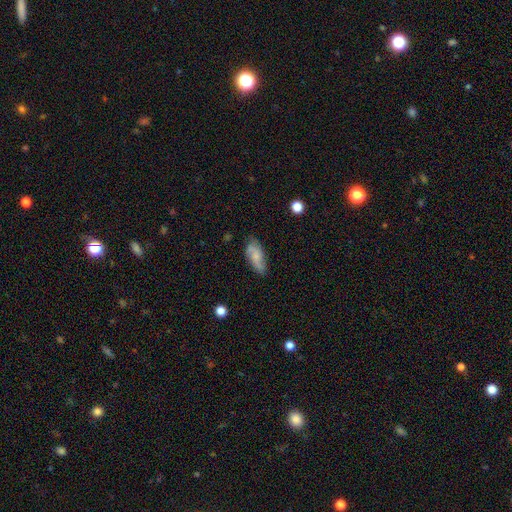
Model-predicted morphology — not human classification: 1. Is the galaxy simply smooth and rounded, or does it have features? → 52% smooth, 41% featured or disk, 7% star or artifact.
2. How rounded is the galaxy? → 81% in between, 16% cigar-shaped, 3% round.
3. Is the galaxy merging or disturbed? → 71% none, 21% minor disturbance, 5% major disturbance, 2% merger.